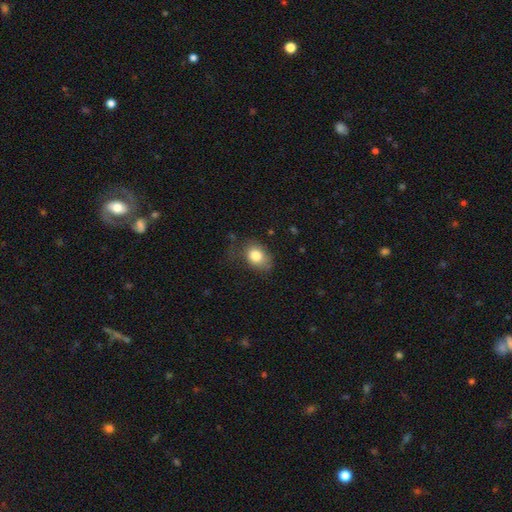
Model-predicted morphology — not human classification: smooth 81%, featured or disk 10%, star or artifact 9%. Down the decision tree: how rounded — in between (64%); merging — none (57%).